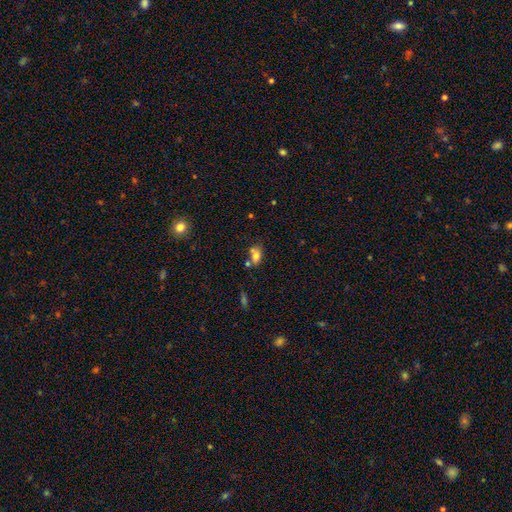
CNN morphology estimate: Smooth or featured? Predicted: smooth (p=0.74). How rounded? Predicted: in between (p=0.72). Merging? Predicted: none (p=0.40).